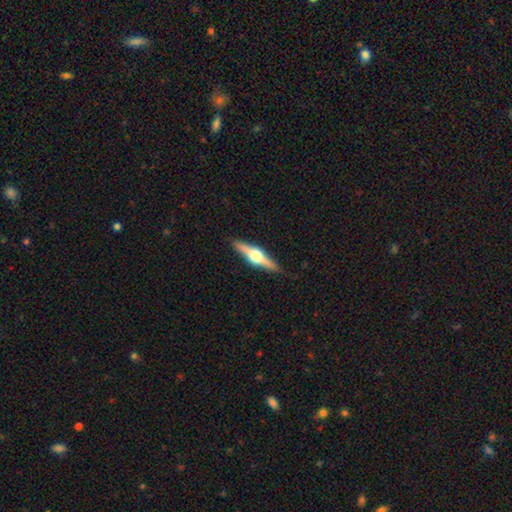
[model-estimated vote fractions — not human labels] The model was most divided on "smooth or featured": featured or disk: 76%, smooth: 19%, star or artifact: 5%. More confident: edge-on disk — yes (98%); edge-on bulge — rounded (96%); merging — none (90%).